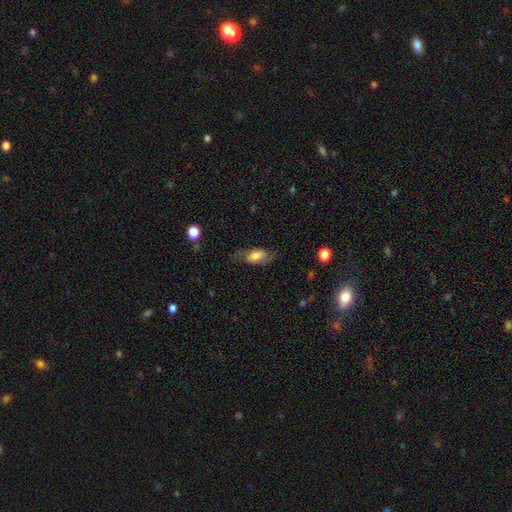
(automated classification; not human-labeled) A smooth galaxy with no disk features (62%) that is in between round and cigar-shaped (84%).

Vote fractions:
- Smooth or featured? smooth: 62% / featured or disk: 31% / star or artifact: 8%
- How rounded? in between: 84% / cigar-shaped: 10% / round: 6%
- Merging? none: 65% / minor disturbance: 22% / major disturbance: 12% / merger: 2%